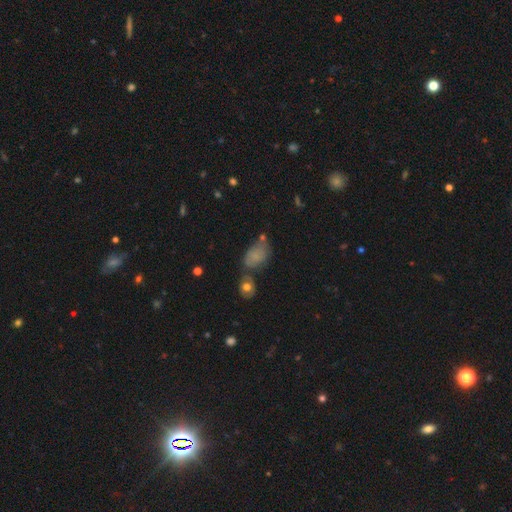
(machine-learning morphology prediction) A smooth galaxy with no disk features (70%) that is in between round and cigar-shaped (86%).

Vote fractions:
- Smooth or featured? smooth: 70% / featured or disk: 18% / star or artifact: 13%
- How rounded? in between: 86% / round: 12% / cigar-shaped: 2%
- Merging? none: 43% / minor disturbance: 26% / merger: 18% / major disturbance: 13%